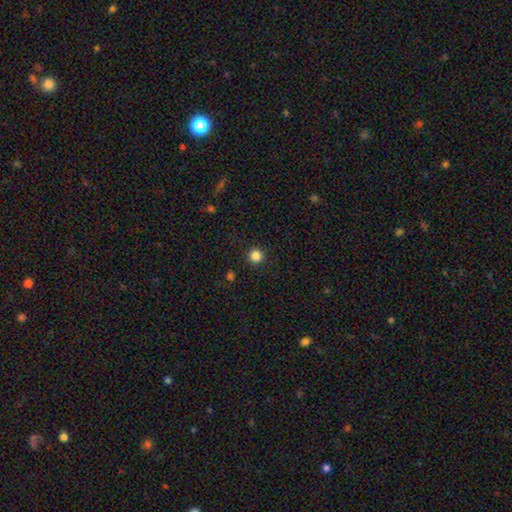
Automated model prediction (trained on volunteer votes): smooth_or_featured: smooth (p=0.85) [alt: star or artifact p=0.12]
how_rounded: round (p=0.95) [alt: in between p=0.04]
merging: none (p=0.92) [alt: minor disturbance p=0.05]